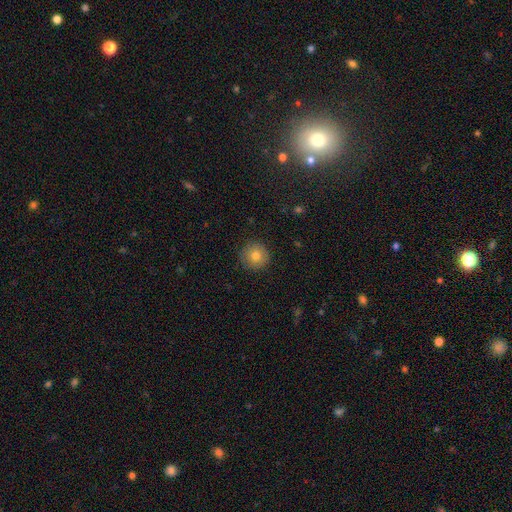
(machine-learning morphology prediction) The model was most divided on "smooth or featured": smooth: 79%, featured or disk: 11%, star or artifact: 10%. More confident: how rounded — round (96%); merging — none (90%).